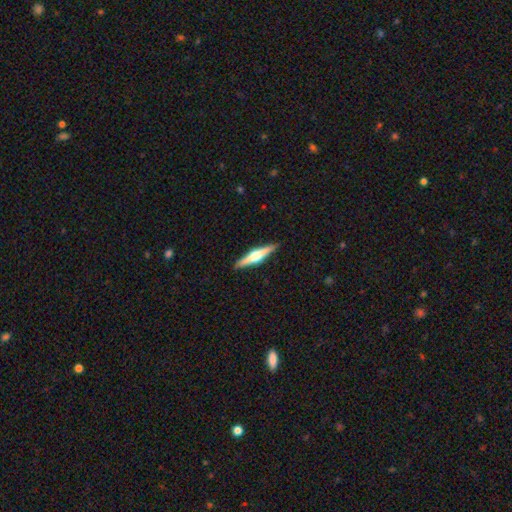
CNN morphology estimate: smooth_or_featured: featured or disk (p=0.70) [alt: smooth p=0.25]
disk_edge_on: yes (p=0.98) [alt: no p=0.02]
edge_on_bulge: rounded (p=0.93) [alt: boxy p=0.05]
merging: none (p=0.91) [alt: minor disturbance p=0.06]